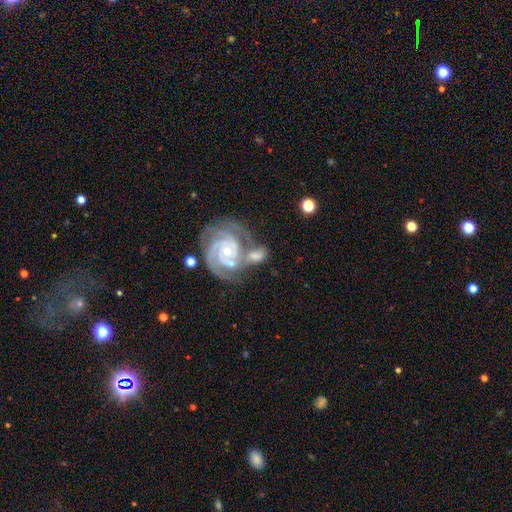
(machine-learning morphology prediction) Smooth or featured? Predicted: featured or disk (p=0.80). Edge-on disk? Predicted: no (p=0.97). Bar? Predicted: no (p=0.64). Spiral arms? Predicted: yes (p=0.96). Spiral winding? Predicted: tight (p=0.68). Spiral arm count? Predicted: 2 (p=0.39). Bulge size? Predicted: moderate (p=0.51). Merging? Predicted: merger (p=0.43).